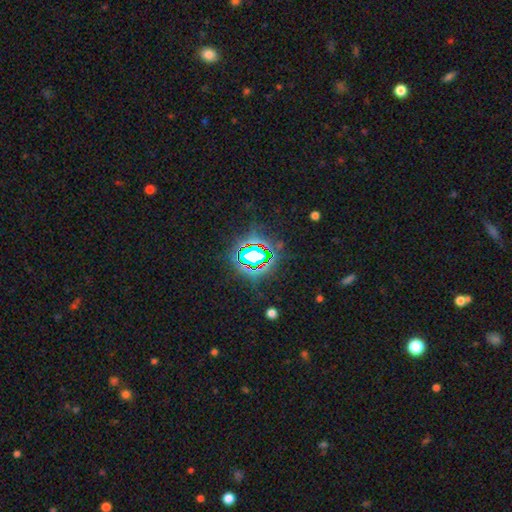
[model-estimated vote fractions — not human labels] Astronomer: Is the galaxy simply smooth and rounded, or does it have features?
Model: star or artifact — 80%.